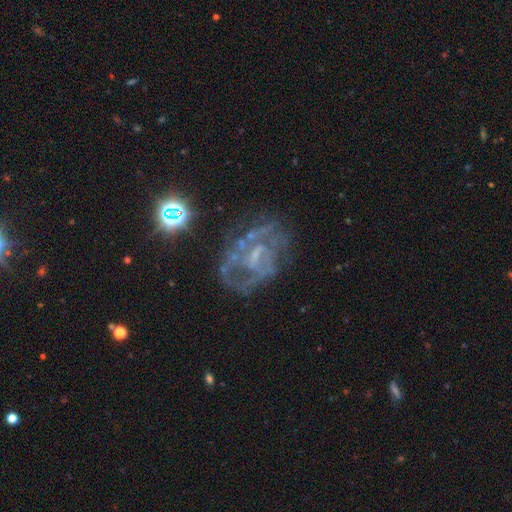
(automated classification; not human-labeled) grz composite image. It shows a featured or disk galaxy (74%) with no bar (46%), spiral arms (67%) and no central bulge (45%). Merging: none (55%).